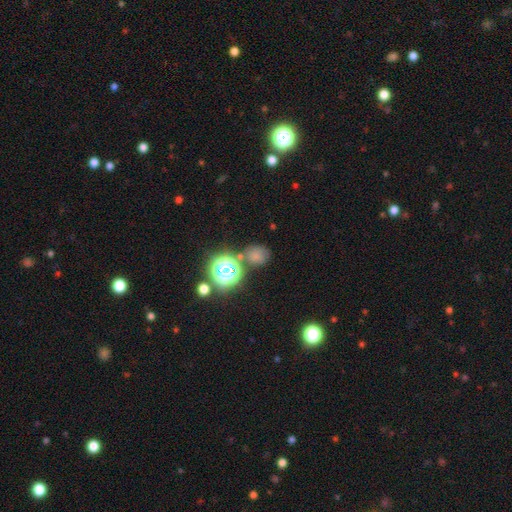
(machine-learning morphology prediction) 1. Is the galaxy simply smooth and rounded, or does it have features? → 60% smooth, 28% star or artifact, 13% featured or disk.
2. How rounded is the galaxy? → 68% round, 31% in between, 1% cigar-shaped.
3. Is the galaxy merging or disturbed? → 60% none, 18% minor disturbance, 13% merger, 9% major disturbance.